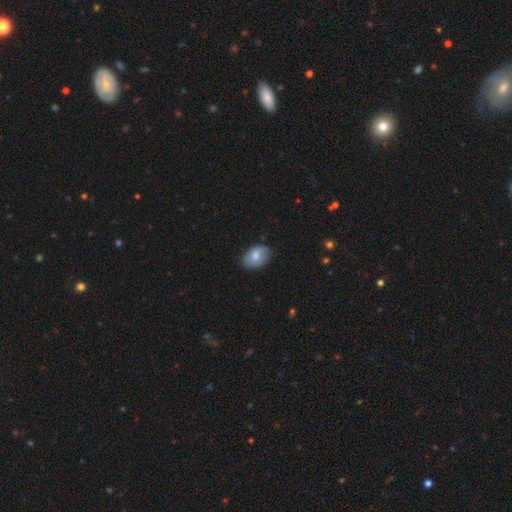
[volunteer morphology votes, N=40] smooth 72%, featured or disk 22%, star or artifact 5%. Down the decision tree: how rounded — in between (76%); merging — none (79%).